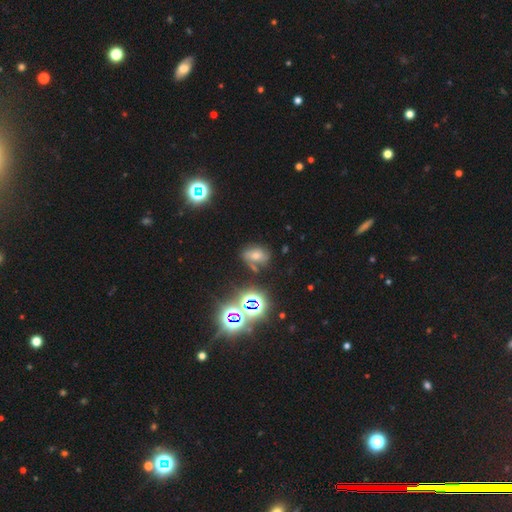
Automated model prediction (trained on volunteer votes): Overall: star or artifact (45%; smooth 28%).